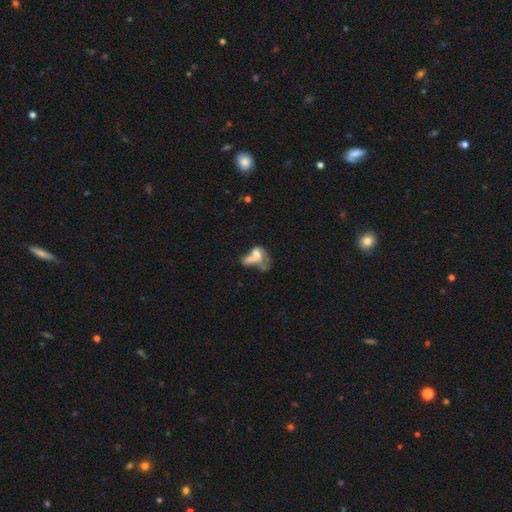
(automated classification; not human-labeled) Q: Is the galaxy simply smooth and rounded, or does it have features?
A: smooth — 47%.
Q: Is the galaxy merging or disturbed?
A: merger — 48%.